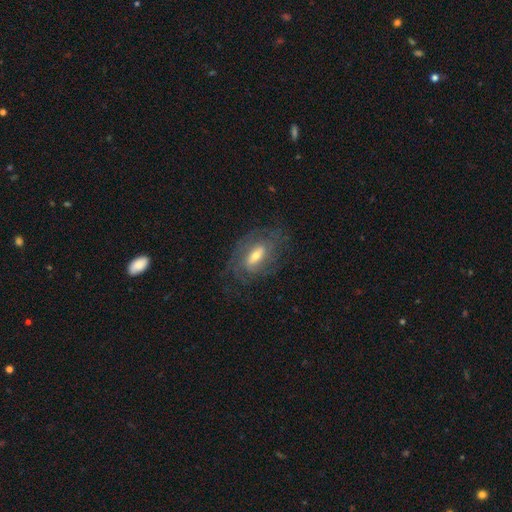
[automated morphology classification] This appears to be a featured or disk galaxy (71%) with a weak bar (44%), spiral arms (79%) and a moderate central bulge (59%). Merging: none (68%).